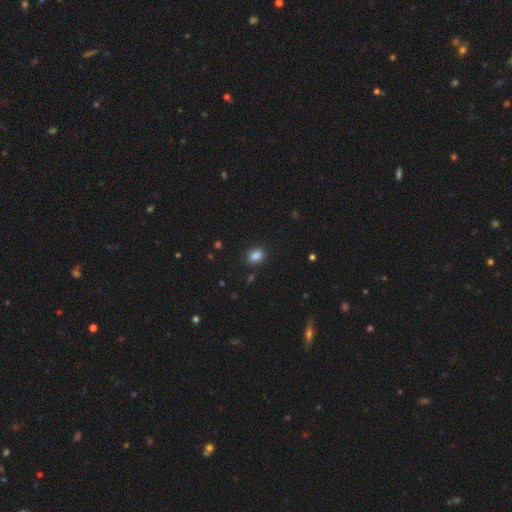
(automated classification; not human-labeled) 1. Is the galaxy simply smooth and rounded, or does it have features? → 86% smooth, 11% star or artifact, 3% featured or disk.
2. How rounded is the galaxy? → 65% in between, 34% round, 1% cigar-shaped.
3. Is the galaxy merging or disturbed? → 86% none, 10% minor disturbance, 3% major disturbance, 2% merger.